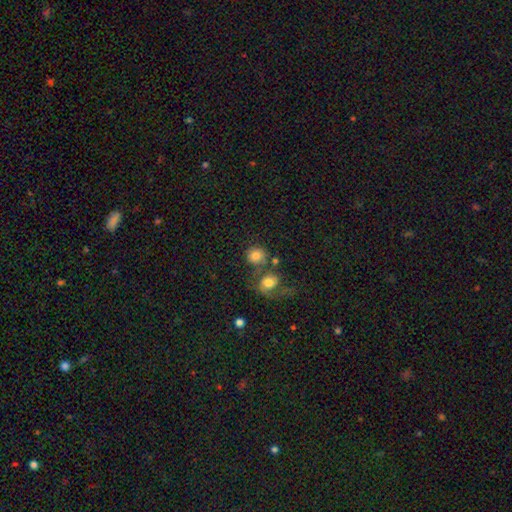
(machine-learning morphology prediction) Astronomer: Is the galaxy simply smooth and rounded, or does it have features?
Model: smooth — 78%.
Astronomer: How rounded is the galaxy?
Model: round — 80%.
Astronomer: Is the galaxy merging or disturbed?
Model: none — 49% (runner-up: merger, 30%).